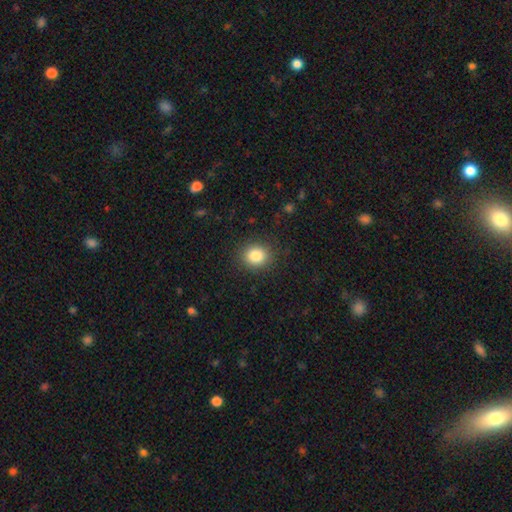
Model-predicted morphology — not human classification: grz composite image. It shows a smooth galaxy with no disk features (84%) that is round (77%). Merging: none (88%).